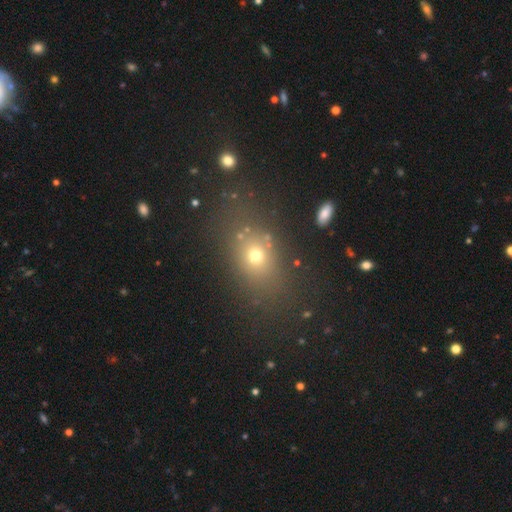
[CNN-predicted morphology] Overall: smooth (66%). How rounded: in between (62%; round 35%). Merging: none (73%).